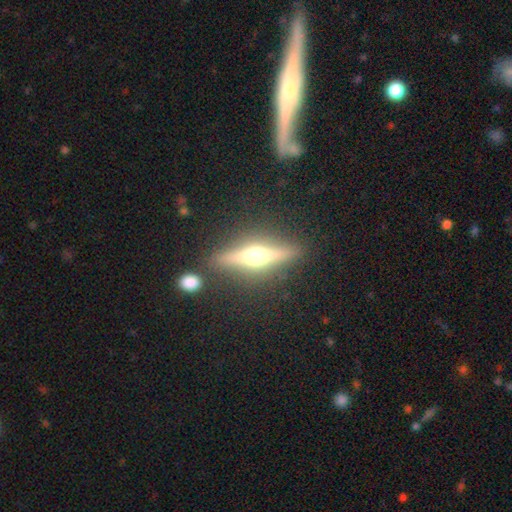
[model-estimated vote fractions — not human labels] smooth_or_featured: featured or disk (p=0.74) [alt: smooth p=0.19]
disk_edge_on: yes (p=0.96) [alt: no p=0.04]
edge_on_bulge: rounded (p=0.95) [alt: boxy p=0.03]
merging: none (p=0.85) [alt: minor disturbance p=0.09]